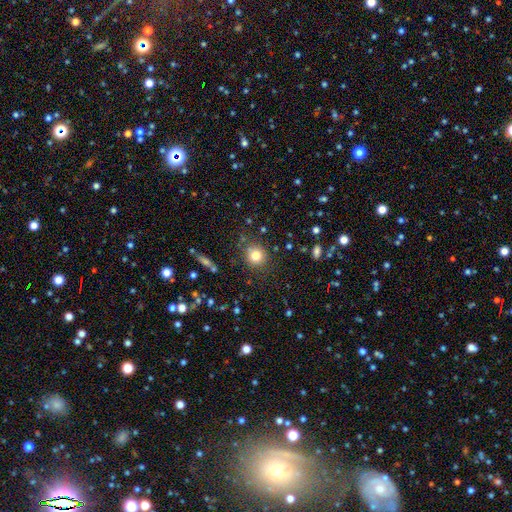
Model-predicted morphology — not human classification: Overall: smooth (79%). How rounded: round (87%). Merging: none (82%).